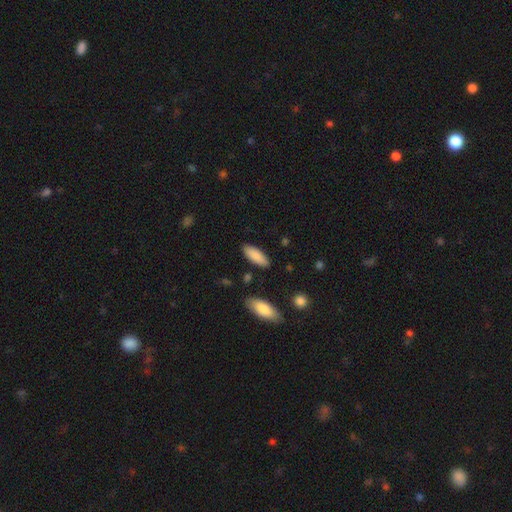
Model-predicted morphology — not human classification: Smooth or featured?
  - smooth: 87% *
  - featured or disk: 7%
  - star or artifact: 6%
How rounded?
  - in between: 74% *
  - cigar-shaped: 25%
  - round: 2%
Merging?
  - none: 86% *
  - minor disturbance: 9%
  - merger: 2%
  - major disturbance: 2%